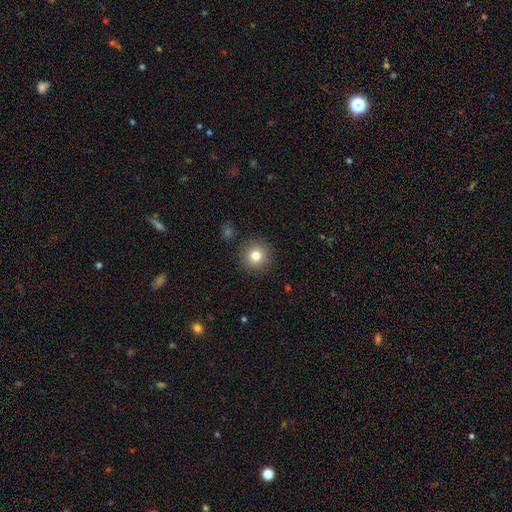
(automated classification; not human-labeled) Smooth or featured? smooth (81%)
How rounded? round (94%)
Merging? none (89%)